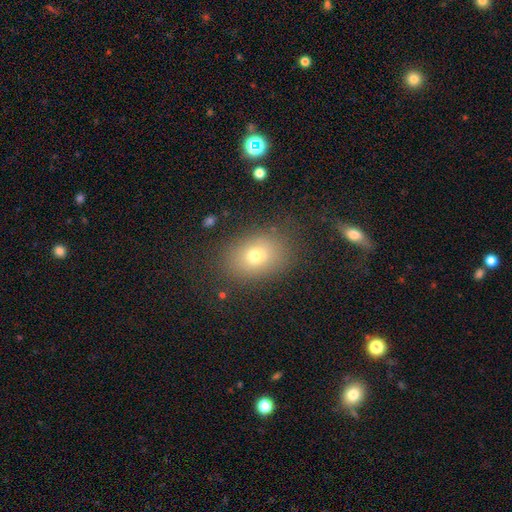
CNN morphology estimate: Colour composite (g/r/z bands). It shows a smooth galaxy with no disk features (71%) that is in between round and cigar-shaped (67%). Merging: none (80%).